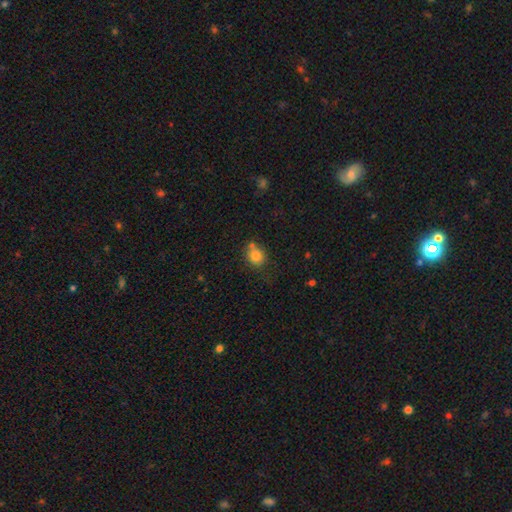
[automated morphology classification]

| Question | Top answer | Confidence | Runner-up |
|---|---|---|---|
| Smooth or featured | smooth | 81% | star or artifact (11%) |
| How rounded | round | 71% | in between (28%) |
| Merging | none | 57% | merger (19%) |